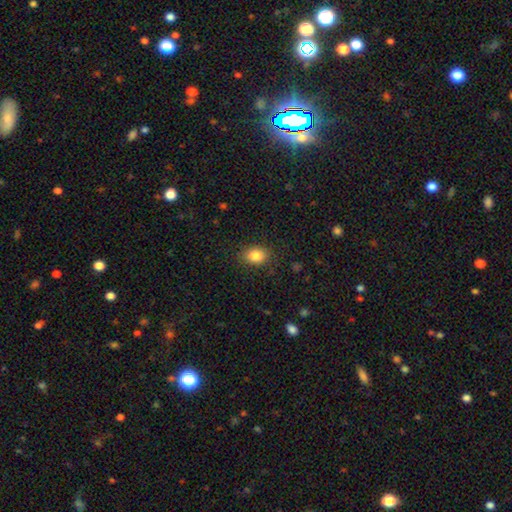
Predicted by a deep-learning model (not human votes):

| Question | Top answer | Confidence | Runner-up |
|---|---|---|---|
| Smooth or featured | smooth | 84% | star or artifact (9%) |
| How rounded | in between | 69% | round (30%) |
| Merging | none | 86% | minor disturbance (10%) |